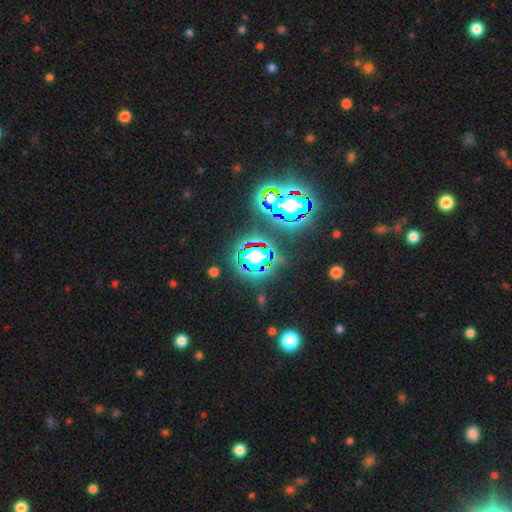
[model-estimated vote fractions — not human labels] smooth-or-featured: star or artifact: 74% | smooth: 15% | featured or disk: 11%